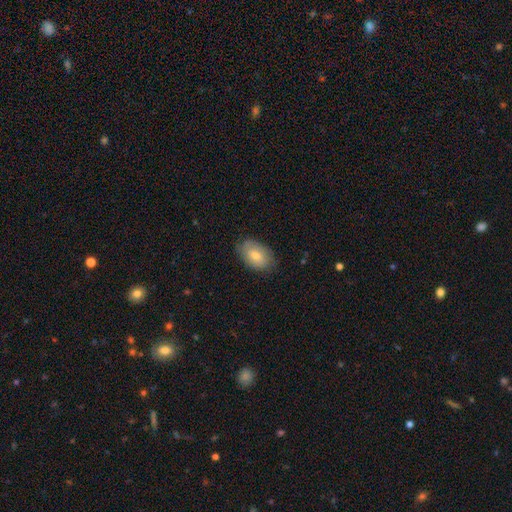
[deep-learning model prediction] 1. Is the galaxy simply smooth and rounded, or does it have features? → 76% smooth, 17% featured or disk, 6% star or artifact.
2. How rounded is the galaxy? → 90% in between, 9% round, 1% cigar-shaped.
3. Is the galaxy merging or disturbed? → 76% none, 19% minor disturbance, 4% major disturbance, 1% merger.